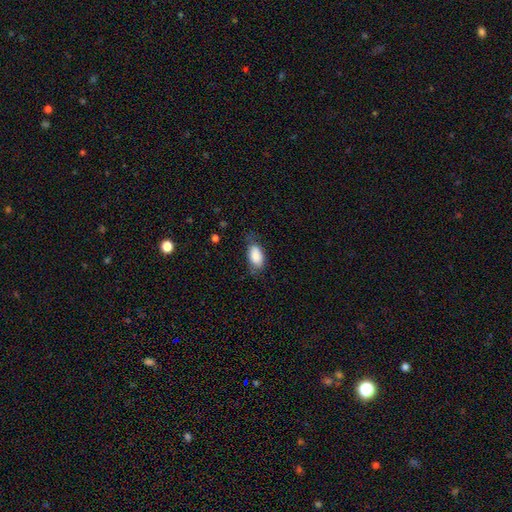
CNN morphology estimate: Smooth or featured? Predicted: smooth (p=0.85). How rounded? Predicted: in between (p=0.92). Merging? Predicted: none (p=0.64).